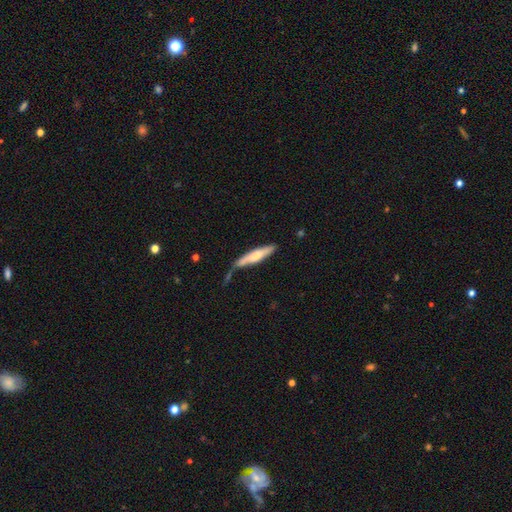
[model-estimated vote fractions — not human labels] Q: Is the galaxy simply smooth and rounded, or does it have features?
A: smooth — 60%.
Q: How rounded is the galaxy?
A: cigar-shaped — 84%.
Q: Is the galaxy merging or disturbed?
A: none — 47%.